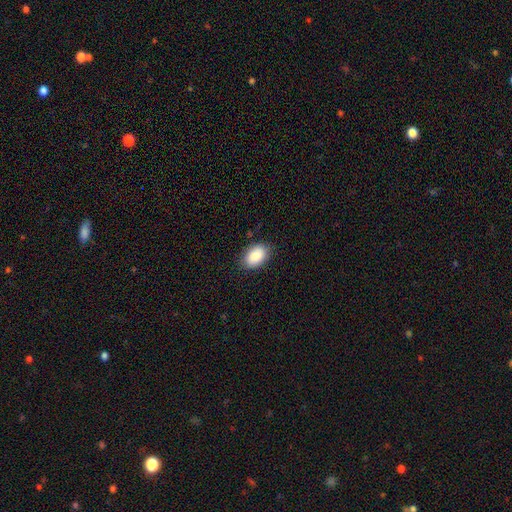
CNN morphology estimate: The model was most divided on "merging": none: 84%, minor disturbance: 12%, major disturbance: 3%, merger: 1%. More confident: how rounded — in between (89%); smooth or featured — smooth (87%).